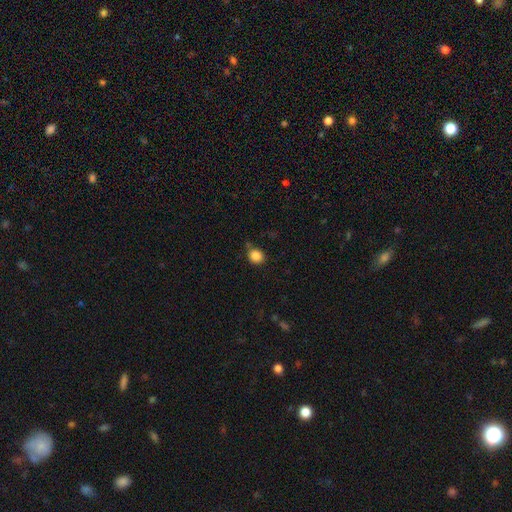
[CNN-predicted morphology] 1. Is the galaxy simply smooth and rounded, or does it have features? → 86% smooth, 10% star or artifact, 4% featured or disk.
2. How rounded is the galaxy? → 75% round, 24% in between, 1% cigar-shaped.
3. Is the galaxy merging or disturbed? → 73% none, 19% minor disturbance, 4% major disturbance, 4% merger.